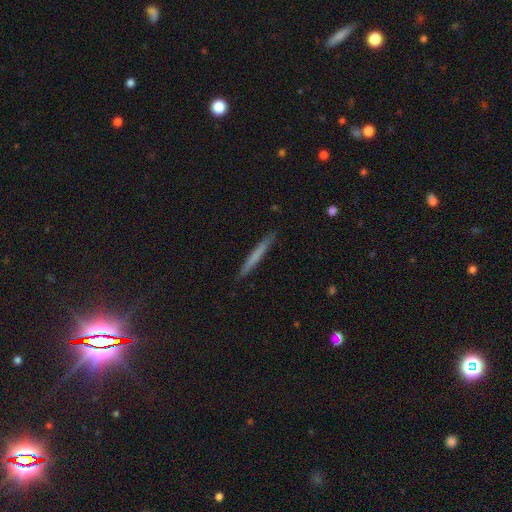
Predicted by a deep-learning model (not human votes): Overall: smooth (63%; featured or disk 31%). How rounded: cigar-shaped (97%). Merging: none (91%).